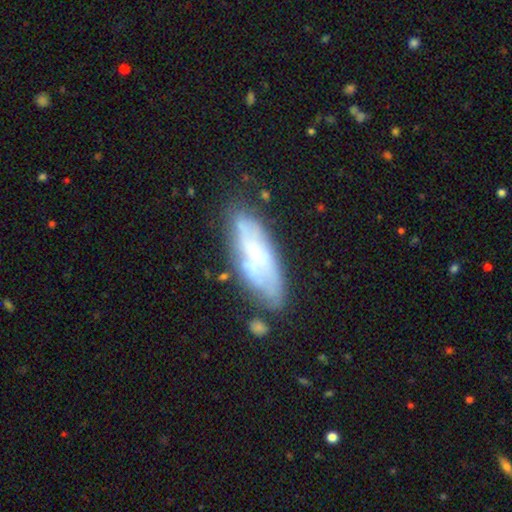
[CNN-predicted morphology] This is possibly a featured or disk galaxy (47%). Merging: likely none (62%).